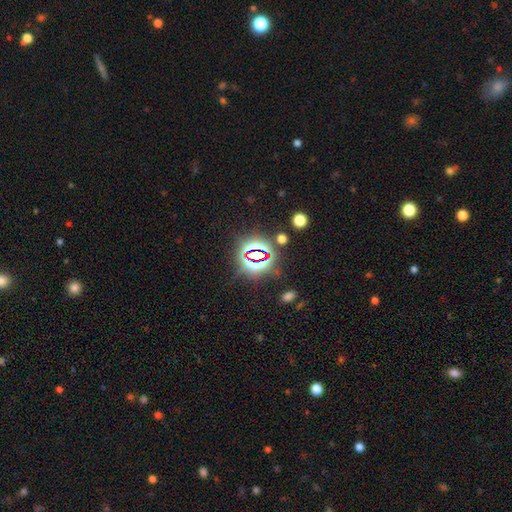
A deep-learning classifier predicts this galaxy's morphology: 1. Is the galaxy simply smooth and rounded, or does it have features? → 75% star or artifact, 17% smooth, 9% featured or disk.